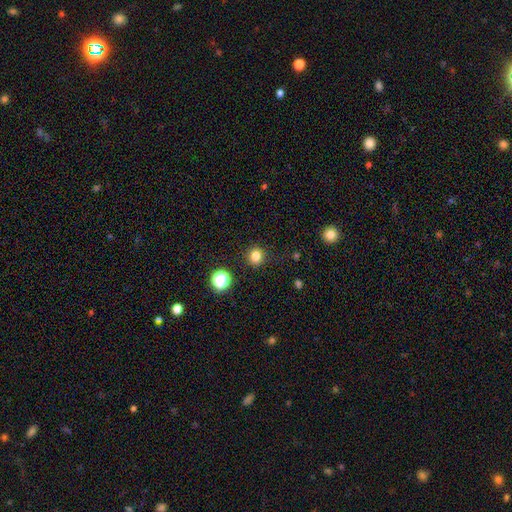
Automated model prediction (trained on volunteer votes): Smooth or featured?
  - smooth: 81% *
  - star or artifact: 14%
  - featured or disk: 5%
How rounded?
  - round: 84% *
  - in between: 15%
  - cigar-shaped: 1%
Merging?
  - none: 89% *
  - minor disturbance: 7%
  - major disturbance: 2%
  - merger: 1%